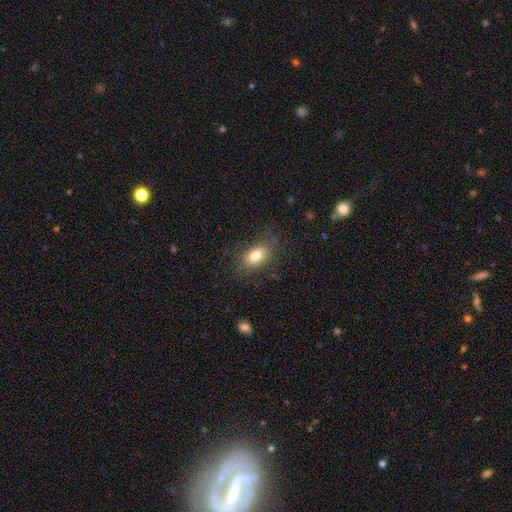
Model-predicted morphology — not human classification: Smooth or featured? Predicted: smooth (p=0.79). How rounded? Predicted: in between (p=0.85). Merging? Predicted: none (p=0.81).